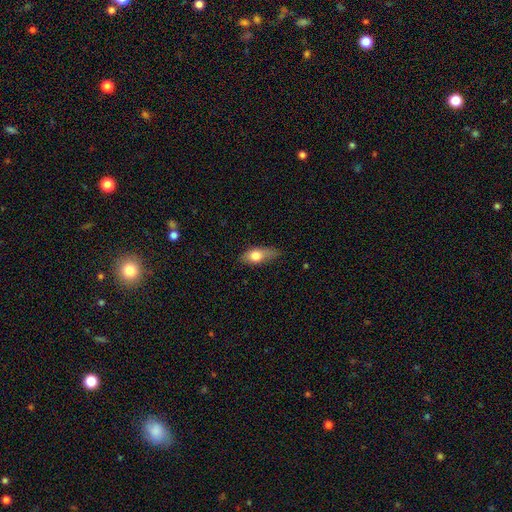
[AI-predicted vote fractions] This appears to be a smooth galaxy with no disk features (71%) that is in between round and cigar-shaped (75%). Merging: none (63%).